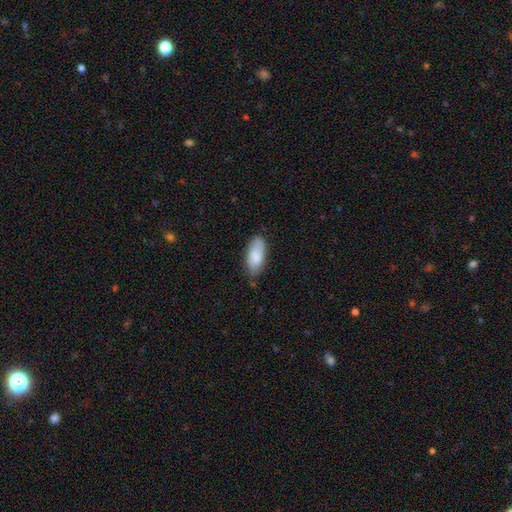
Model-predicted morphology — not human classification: Overall: smooth (84%). How rounded: in between (88%). Merging: none (73%).